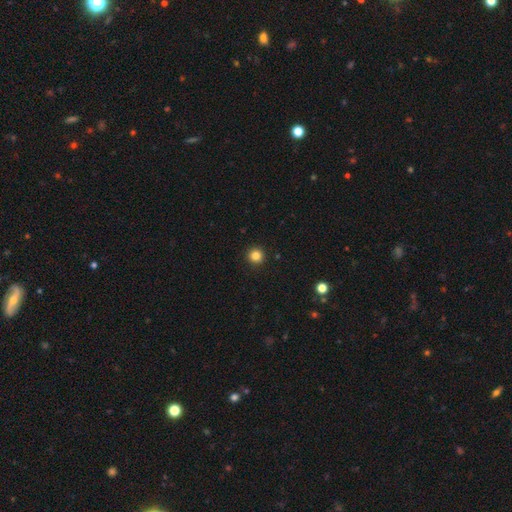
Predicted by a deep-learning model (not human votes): Smooth or featured? Predicted: smooth (p=0.84). How rounded? Predicted: round (p=0.96). Merging? Predicted: none (p=0.94).